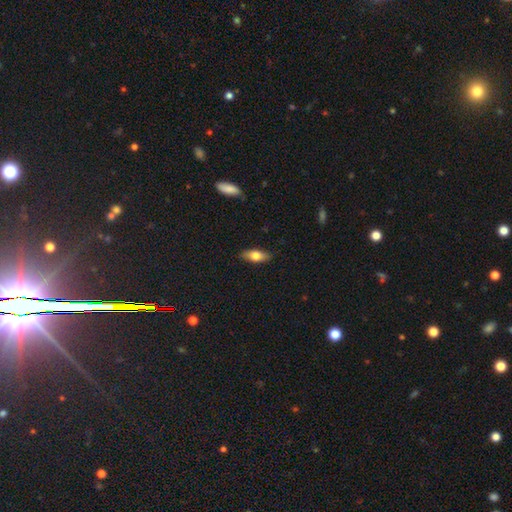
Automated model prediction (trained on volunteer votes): Q: Smooth or featured?
A: smooth (72%); runner-up: featured or disk (22%)
Q: How rounded?
A: in between (77%); runner-up: cigar-shaped (20%)
Q: Merging?
A: none (86%); runner-up: minor disturbance (11%)